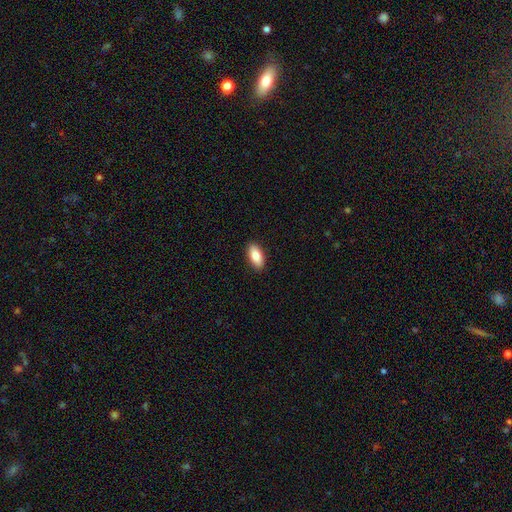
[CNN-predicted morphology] type=smooth (86%); roundness=in between (91%); merging=none (90%).